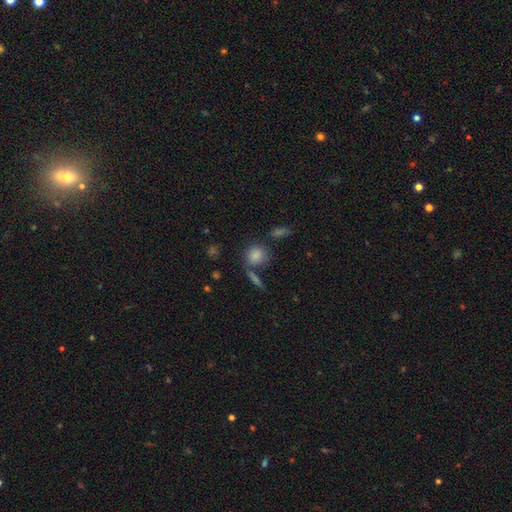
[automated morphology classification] Smooth or featured: smooth — 82% (star or artifact — 10%)
How rounded: round — 68% (in between — 29%)
Merging: none — 65% (merger — 16%)